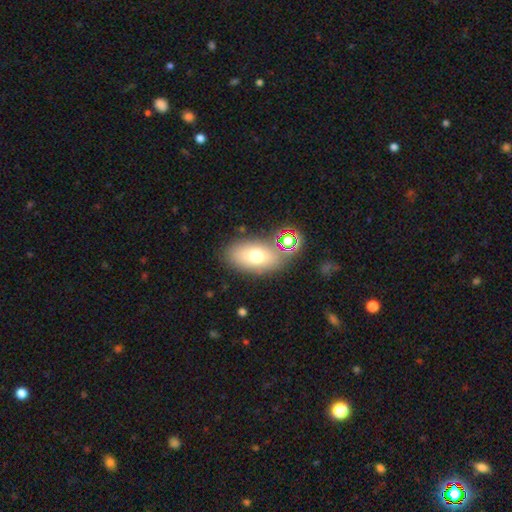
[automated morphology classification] A smooth galaxy with no disk features (67%) that is in between round and cigar-shaped (85%).

Vote fractions:
- Smooth or featured? smooth: 67% / featured or disk: 20% / star or artifact: 13%
- How rounded? in between: 85% / round: 13% / cigar-shaped: 2%
- Merging? none: 77% / minor disturbance: 11% / merger: 7% / major disturbance: 4%